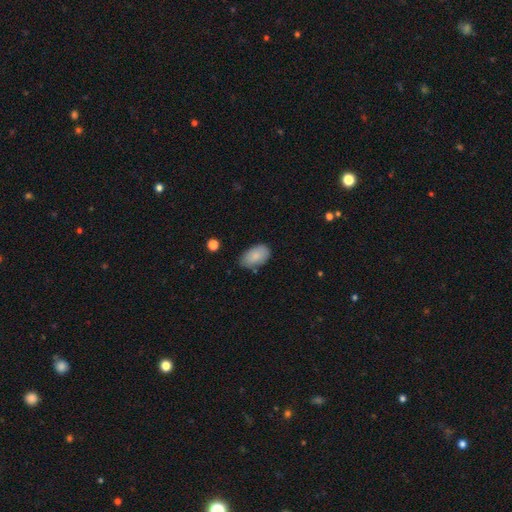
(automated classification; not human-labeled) smooth-or-featured: smooth: 83% | featured or disk: 10% | star or artifact: 7%
  how-rounded: in between: 93% | round: 5% | cigar-shaped: 1%
  merging: none: 73% | minor disturbance: 21% | major disturbance: 4% | merger: 2%